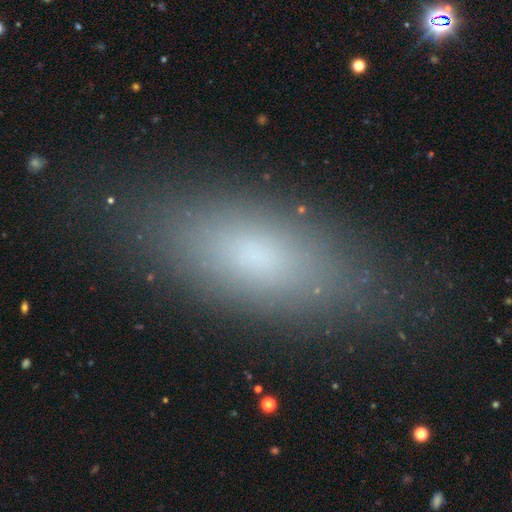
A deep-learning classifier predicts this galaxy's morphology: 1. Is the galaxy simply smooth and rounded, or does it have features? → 75% smooth, 14% featured or disk, 11% star or artifact.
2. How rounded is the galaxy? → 81% in between, 15% cigar-shaped, 4% round.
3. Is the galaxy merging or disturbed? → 83% none, 12% minor disturbance, 4% major disturbance, 1% merger.